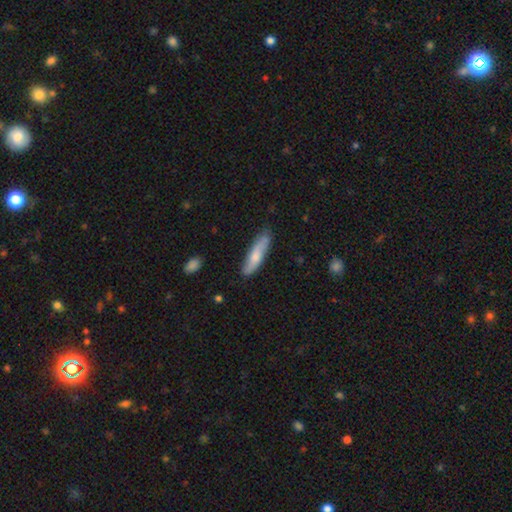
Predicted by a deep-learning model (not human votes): Morphology: type=smooth (69%); roundness=cigar-shaped (76%); merging=none (77%).